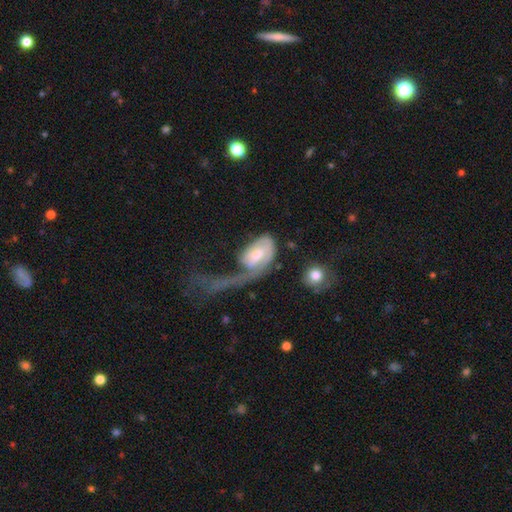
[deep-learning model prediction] A featured or disk galaxy (67%) with no bar (56%), 1 (76%) loose (41%) spiral arms (80%) and a moderate central bulge (44%).

Vote fractions:
- Smooth or featured? featured or disk: 67% / smooth: 27% / star or artifact: 6%
- Edge-on disk? no: 96% / yes: 4%
- Bar? no: 56% / weak: 33% / strong: 11%
- Spiral arms? yes: 80% / no: 20%
- Spiral winding? loose: 41% / tight: 31% / medium: 28%
- Spiral arm count? 1: 76% / 2: 11% / can't tell: 9% / 3: 2% / 4: 1% / more than 4: 1%
- Bulge size? moderate: 44% / small: 22% / large: 21% / none: 9% / dominant: 4%
- Merging? major disturbance: 65% / none: 14% / minor disturbance: 12% / merger: 8%